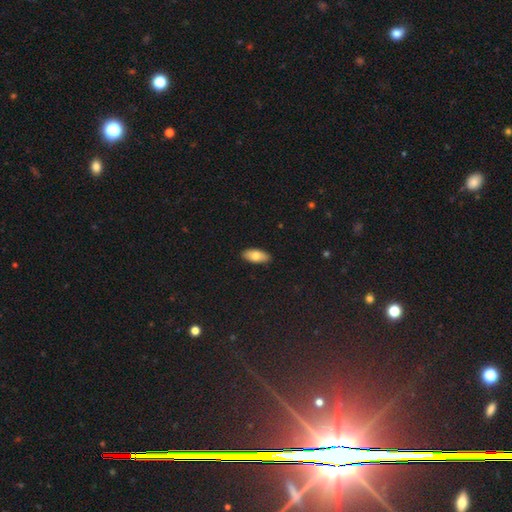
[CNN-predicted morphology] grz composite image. It shows a smooth galaxy with no disk features (77%) that is in between round and cigar-shaped (89%). Merging: none (88%).